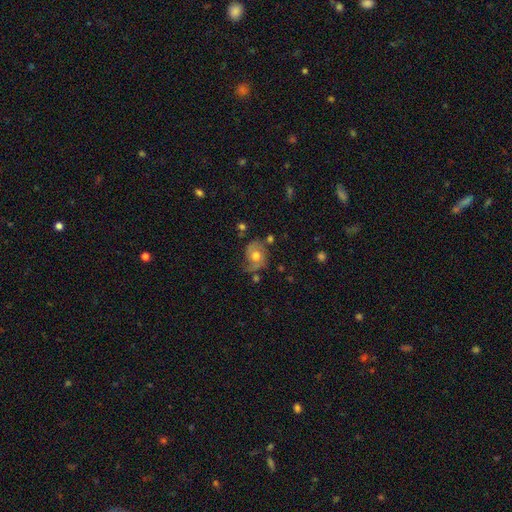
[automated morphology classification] A featured or disk galaxy (52%) with no bar (77%), spiral arms (79%) and a moderate central bulge (71%).

Vote fractions:
- Smooth or featured? featured or disk: 52% / smooth: 39% / star or artifact: 9%
- Edge-on disk? no: 96% / yes: 4%
- Bar? no: 77% / weak: 19% / strong: 4%
- Spiral arms? yes: 79% / no: 21%
- Bulge size? moderate: 71% / large: 18% / small: 8% / dominant: 1% / none: 1%
- Merging? none: 56% / minor disturbance: 26% / major disturbance: 14% / merger: 5%